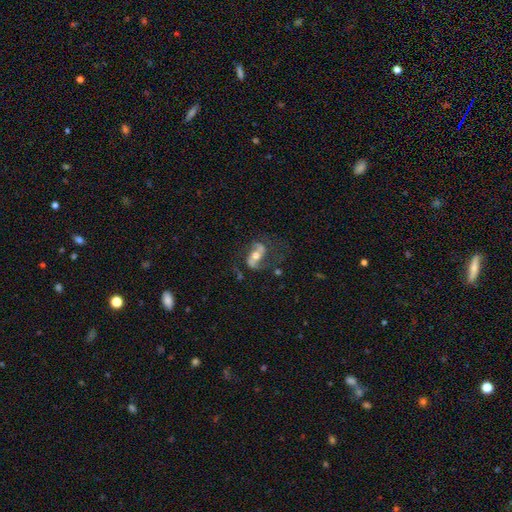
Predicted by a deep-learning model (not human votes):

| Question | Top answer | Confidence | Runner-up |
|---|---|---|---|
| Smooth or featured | featured or disk | 77% | smooth (16%) |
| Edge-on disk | no | 95% | yes (5%) |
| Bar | no | 41% | weak (31%) |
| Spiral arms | yes | 90% | no (10%) |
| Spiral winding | loose | 55% | medium (36%) |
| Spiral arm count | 2 | 90% | can't tell (4%) |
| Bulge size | moderate | 69% | small (17%) |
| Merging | none | 58% | major disturbance (19%) |